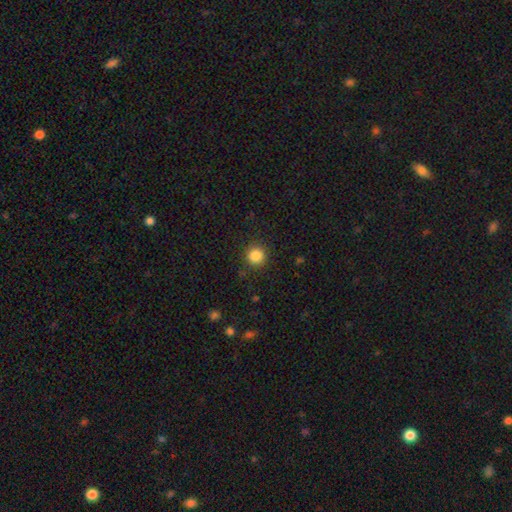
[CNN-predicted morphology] Overall: smooth (85%). How rounded: round (93%). Merging: none (90%).